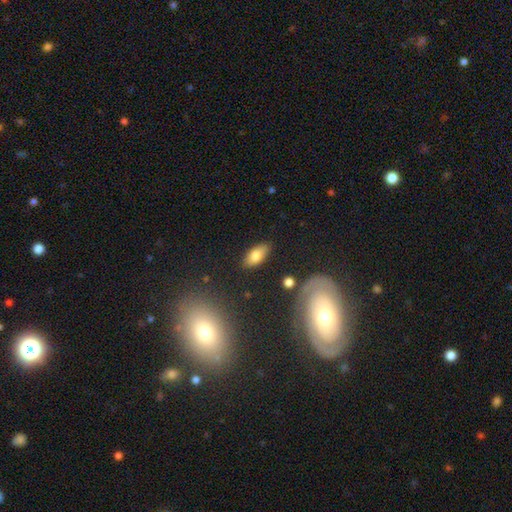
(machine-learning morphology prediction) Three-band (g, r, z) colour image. It shows a smooth galaxy with no disk features (77%) that is in between round and cigar-shaped (89%). Merging: none (84%).